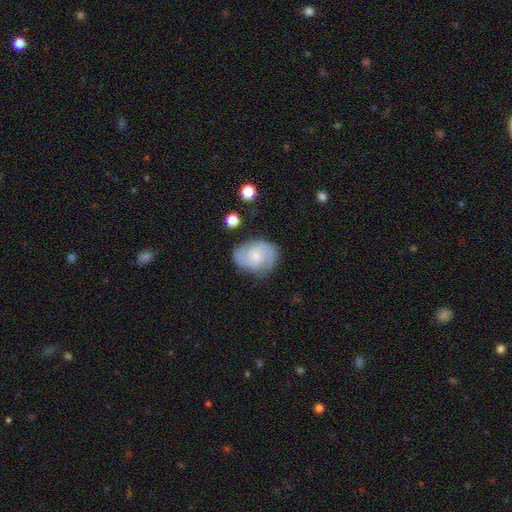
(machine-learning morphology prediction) This is likely a featured or disk galaxy (68%). It is clearly not viewed edge-on (97%). Bar: likely no (68%). Spiral arm pattern: clearly yes (92%). Spiral arm count: likely 2 (76%). Spiral winding: possibly medium (46%). Central bulge: likely small (64%). Merging: likely none (69%).